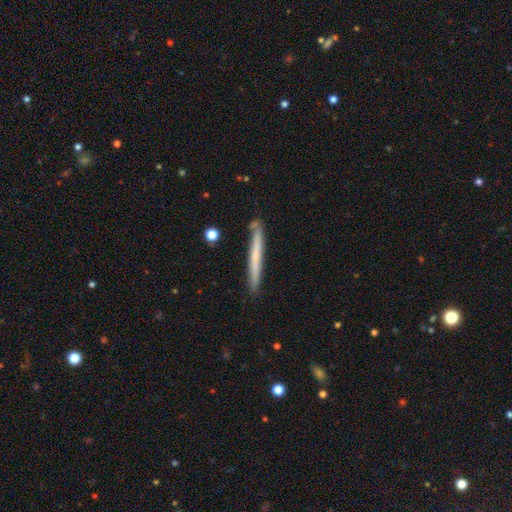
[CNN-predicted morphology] Smooth or featured? Predicted: smooth (p=0.51). How rounded? Predicted: cigar-shaped (p=0.97). Merging? Predicted: none (p=0.85).